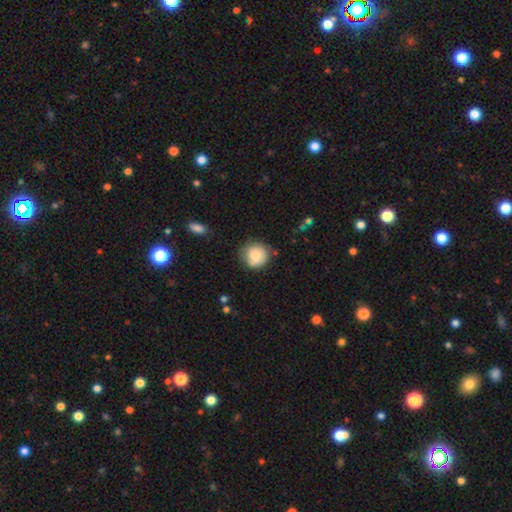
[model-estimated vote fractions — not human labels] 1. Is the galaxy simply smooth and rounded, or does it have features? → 78% smooth, 14% featured or disk, 8% star or artifact.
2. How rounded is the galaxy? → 89% round, 10% in between, 1% cigar-shaped.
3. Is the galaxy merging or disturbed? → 71% none, 21% minor disturbance, 5% major disturbance, 4% merger.